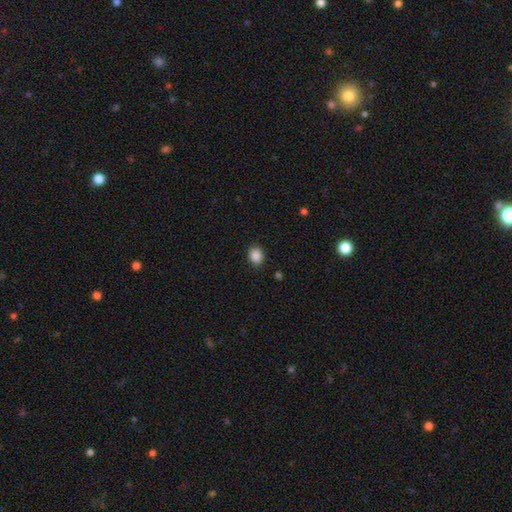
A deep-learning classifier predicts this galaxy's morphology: This appears to be a smooth galaxy with no disk features (87%) that is round (50%). Merging: none (89%).